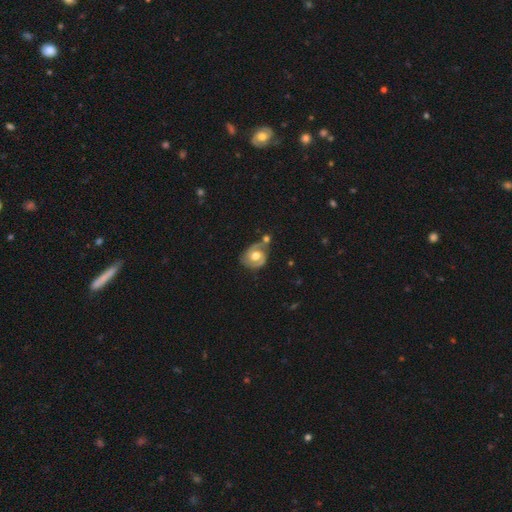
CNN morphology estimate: This appears to be a featured or disk galaxy (65%) with no bar (67%), spiral arms (76%) and a moderate central bulge (68%). Merging: none (44%).